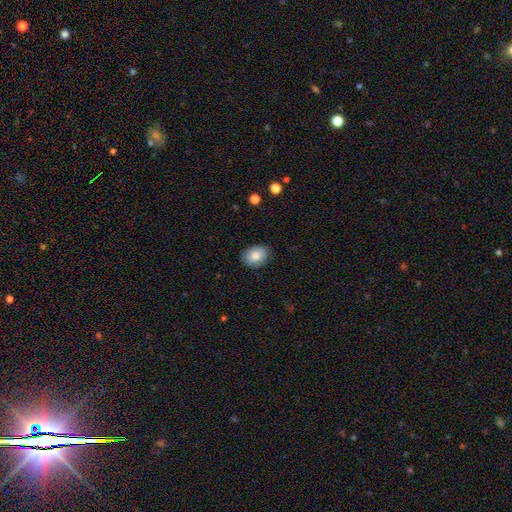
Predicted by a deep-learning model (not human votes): A smooth galaxy with no disk features (85%) that is in between round and cigar-shaped (70%).

Vote fractions:
- Smooth or featured? smooth: 85% / featured or disk: 8% / star or artifact: 7%
- How rounded? in between: 70% / round: 29% / cigar-shaped: 1%
- Merging? none: 85% / minor disturbance: 12% / major disturbance: 2% / merger: 1%